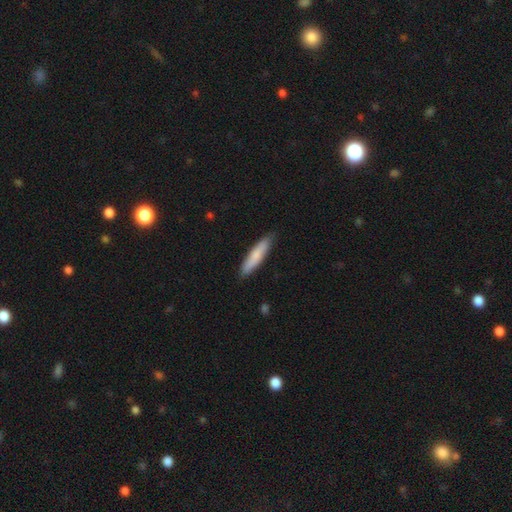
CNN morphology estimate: A smooth galaxy with no disk features (75%) that is cigar-shaped (85%). Merging: none (87%).